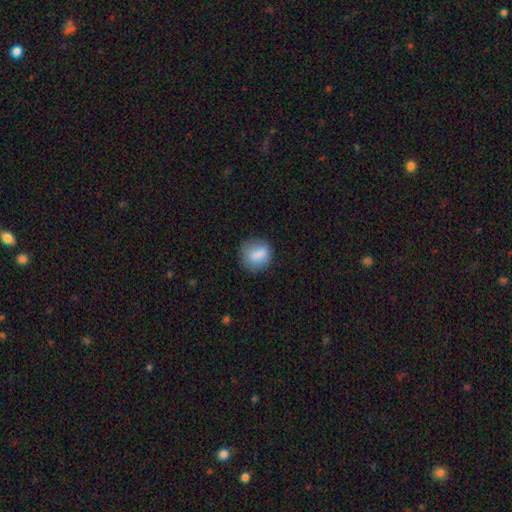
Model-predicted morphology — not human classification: smooth-or-featured: smooth: 80% | featured or disk: 12% | star or artifact: 8%
  how-rounded: round: 74% | in between: 24% | cigar-shaped: 2%
  merging: none: 77% | minor disturbance: 16% | major disturbance: 6% | merger: 1%